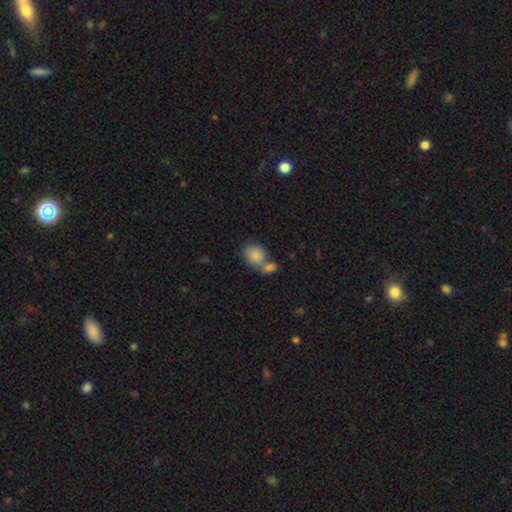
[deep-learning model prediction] smooth 85%, featured or disk 8%, star or artifact 7%. Down the decision tree: how rounded — round (51%); merging — merger (50%).